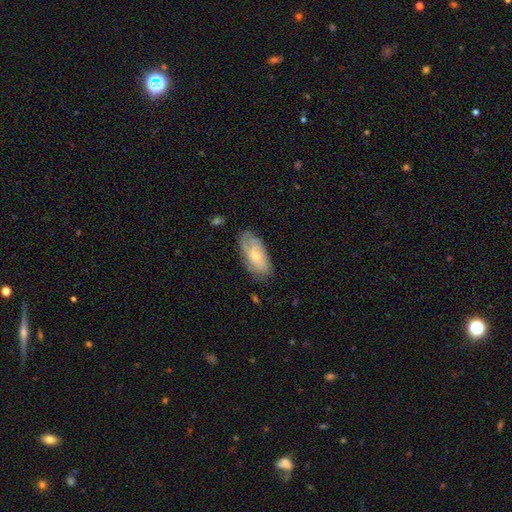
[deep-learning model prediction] This appears to be a featured or disk galaxy (51%). Merging: none (69%).